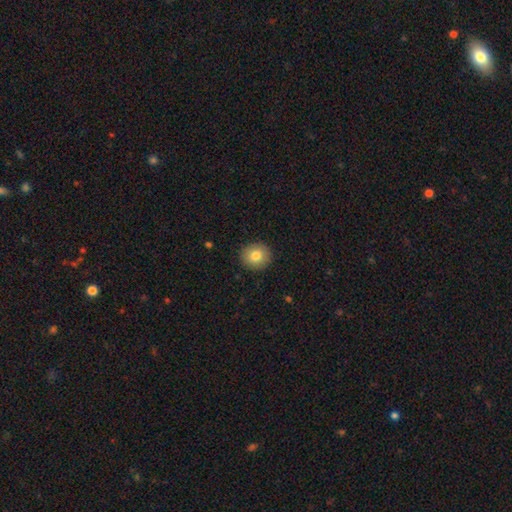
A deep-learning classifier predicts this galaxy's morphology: type=smooth (82%); roundness=round (88%); merging=none (91%).